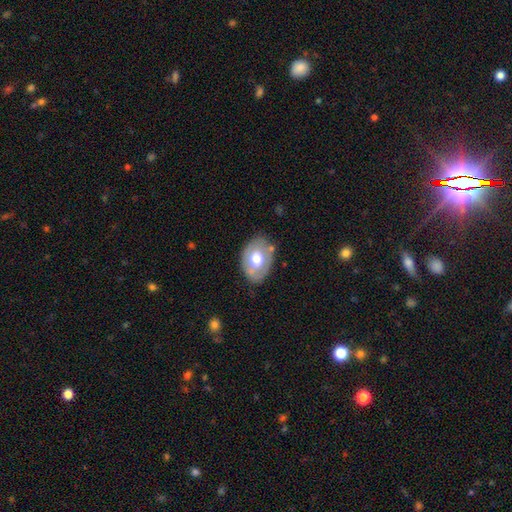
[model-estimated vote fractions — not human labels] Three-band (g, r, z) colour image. It shows a smooth galaxy with no disk features (56%) that is in between round and cigar-shaped (76%). Merging: none (75%).